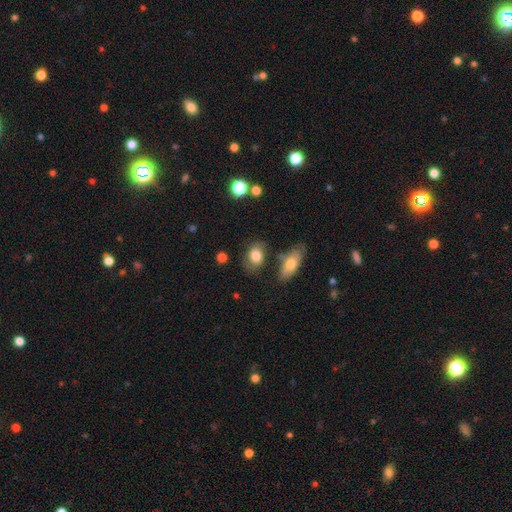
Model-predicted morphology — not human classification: Smooth or featured: smooth — 76% (featured or disk — 17%)
How rounded: in between — 75% (round — 23%)
Merging: none — 65% (minor disturbance — 21%)